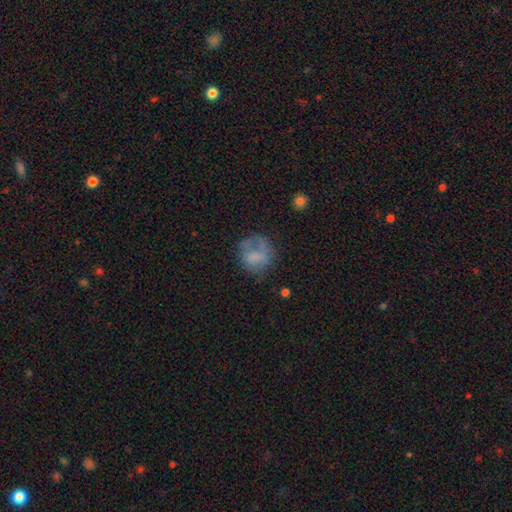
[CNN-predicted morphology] Q: Smooth or featured?
A: smooth (58%); runner-up: featured or disk (30%)
Q: How rounded?
A: round (65%); runner-up: in between (34%)
Q: Merging?
A: none (42%); runner-up: major disturbance (29%)